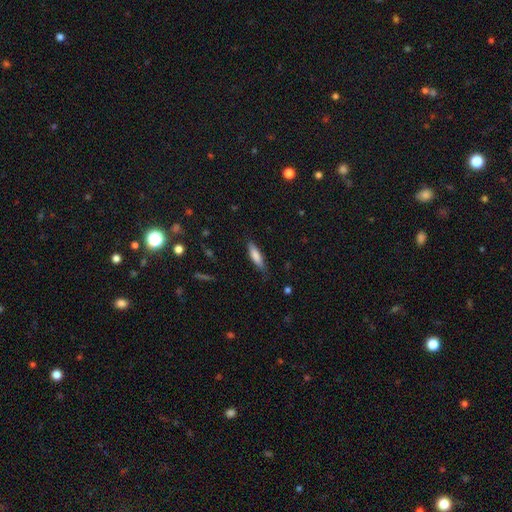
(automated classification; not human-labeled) A smooth galaxy with no disk features (76%) that is cigar-shaped (69%). Merging: none (79%).